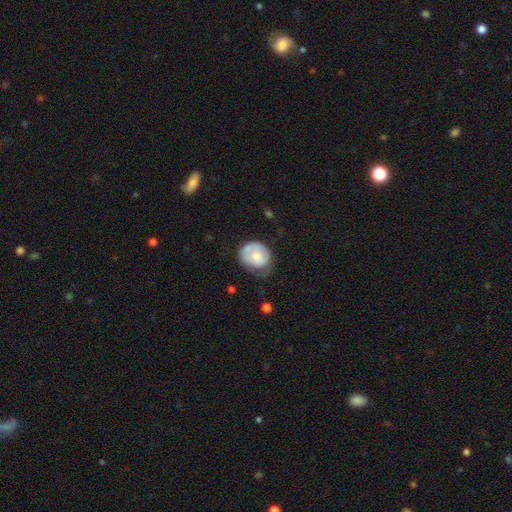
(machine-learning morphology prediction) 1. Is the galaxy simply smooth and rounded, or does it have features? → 60% smooth, 33% featured or disk, 6% star or artifact.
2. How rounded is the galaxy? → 66% round, 33% in between, 1% cigar-shaped.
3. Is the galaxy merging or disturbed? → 40% none, 34% minor disturbance, 20% major disturbance, 6% merger.